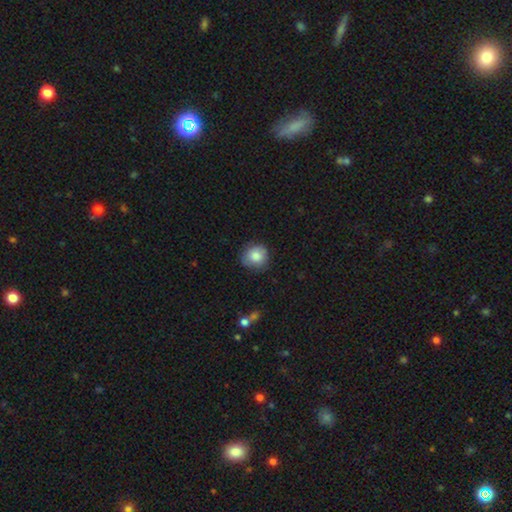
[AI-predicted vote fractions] smooth-or-featured: smooth: 84% | featured or disk: 8% | star or artifact: 8%
  how-rounded: round: 87% | in between: 12% | cigar-shaped: 1%
  merging: none: 78% | minor disturbance: 17% | major disturbance: 3% | merger: 1%